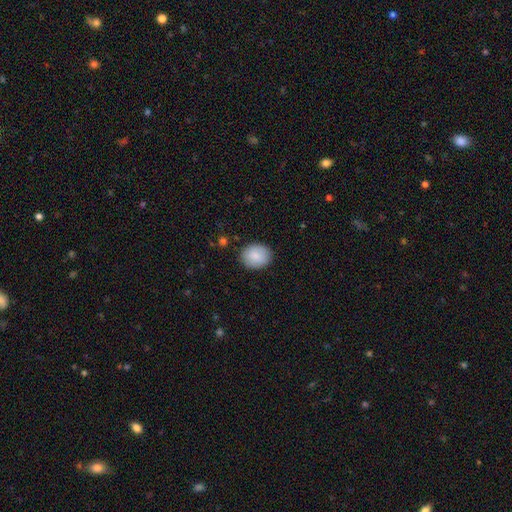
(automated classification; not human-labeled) Smooth or featured? Predicted: smooth (p=0.84). How rounded? Predicted: round (p=0.54). Merging? Predicted: none (p=0.87).